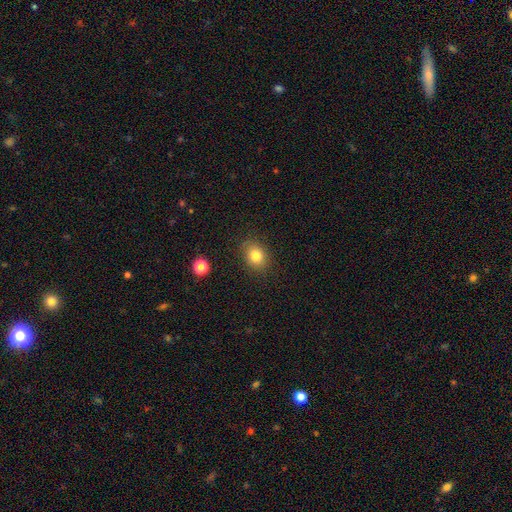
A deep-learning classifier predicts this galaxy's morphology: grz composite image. It shows a smooth galaxy with no disk features (81%) that is in between round and cigar-shaped (51%). Merging: none (86%).